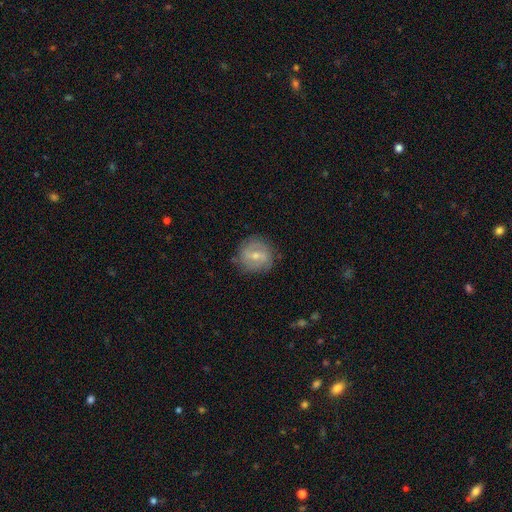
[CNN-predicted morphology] The model was most divided on "bulge size": moderate: 51%, small: 45%, none: 2%, large: 2%, dominant: 1%. More confident: edge-on disk — no (96%); merging — none (79%); spiral arms — yes (78%); smooth or featured — featured or disk (61%); bar — weak (55%).